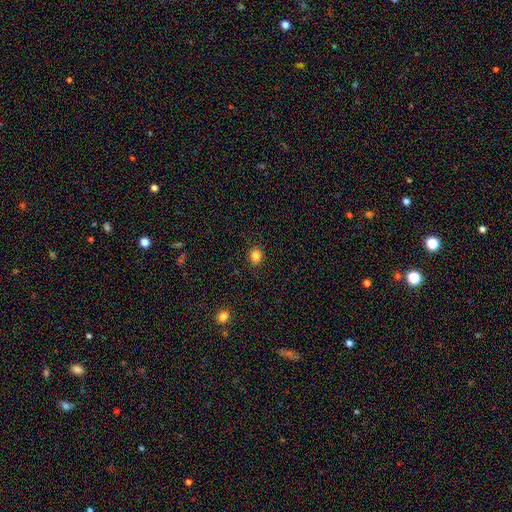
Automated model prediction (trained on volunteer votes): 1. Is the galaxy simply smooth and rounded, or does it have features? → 83% smooth, 12% star or artifact, 5% featured or disk.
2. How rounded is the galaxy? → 73% round, 26% in between, 1% cigar-shaped.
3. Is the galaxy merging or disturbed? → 89% none, 8% minor disturbance, 2% major disturbance, 1% merger.